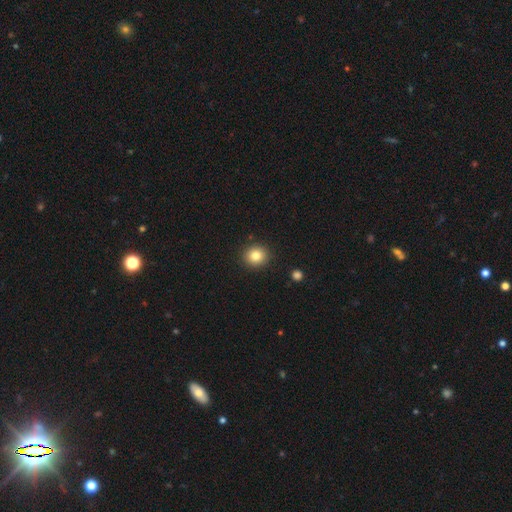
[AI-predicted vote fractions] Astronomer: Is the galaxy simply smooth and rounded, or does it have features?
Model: smooth — 83%.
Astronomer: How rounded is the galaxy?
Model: round — 86%.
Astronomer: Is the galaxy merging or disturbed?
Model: none — 91%.